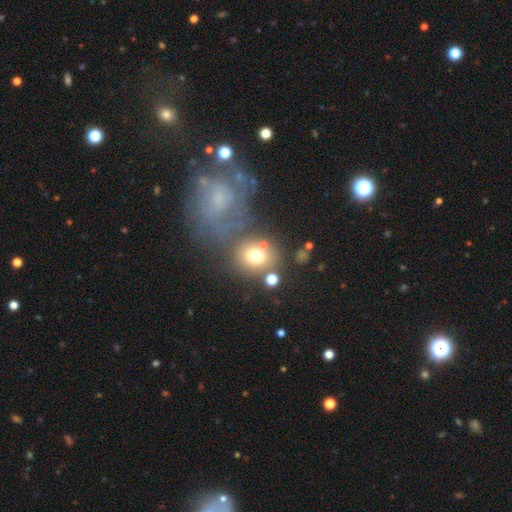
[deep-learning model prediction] This appears to be a smooth galaxy with no disk features (69%) that is round (75%). Merging: none (59%).